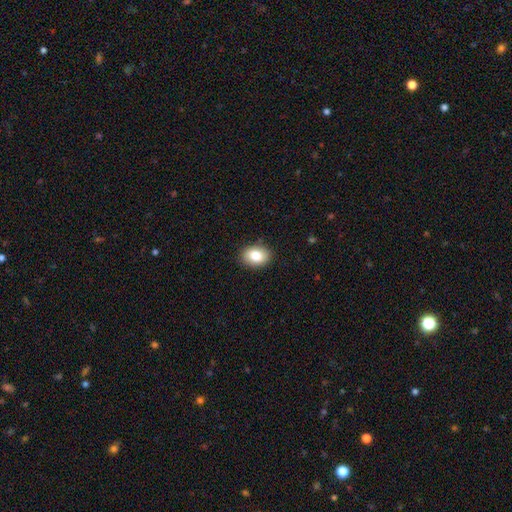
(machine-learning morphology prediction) Smooth or featured: smooth — 83% (featured or disk — 9%)
How rounded: in between — 75% (round — 24%)
Merging: none — 88% (minor disturbance — 9%)